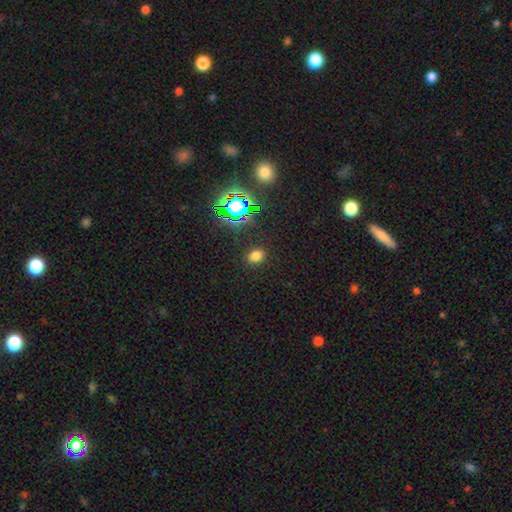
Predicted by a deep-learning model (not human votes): Q: Smooth or featured?
A: smooth (71%); runner-up: star or artifact (23%)
Q: How rounded?
A: in between (54%); runner-up: round (44%)
Q: Merging?
A: none (88%); runner-up: minor disturbance (8%)